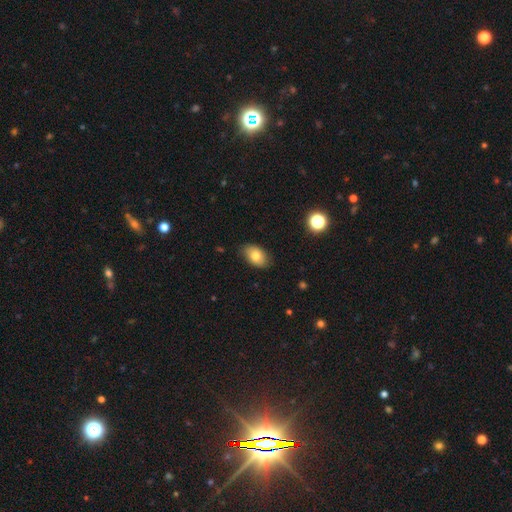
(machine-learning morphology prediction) A smooth galaxy with no disk features (78%) that is in between round and cigar-shaped (88%).

Vote fractions:
- Smooth or featured? smooth: 78% / featured or disk: 13% / star or artifact: 8%
- How rounded? in between: 88% / round: 11% / cigar-shaped: 1%
- Merging? none: 82% / minor disturbance: 15% / major disturbance: 2% / merger: 1%